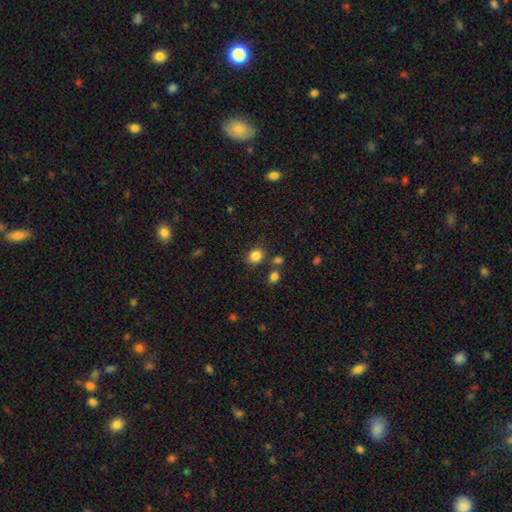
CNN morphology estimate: Q: Smooth or featured?
A: smooth (83%); runner-up: star or artifact (12%)
Q: How rounded?
A: round (67%); runner-up: in between (32%)
Q: Merging?
A: none (79%); runner-up: minor disturbance (10%)